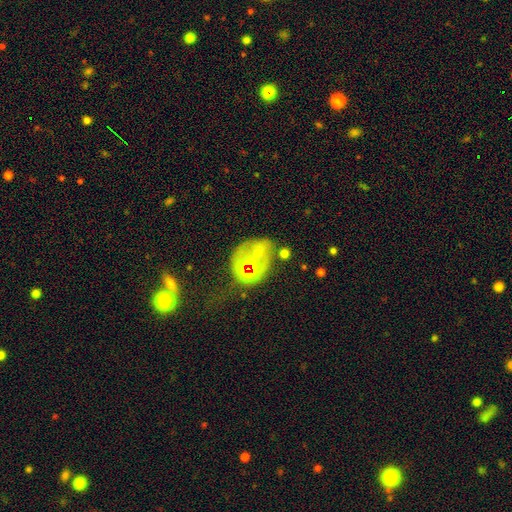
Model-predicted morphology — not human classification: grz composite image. It shows a featured or disk galaxy (50%). Merging: none (36%).